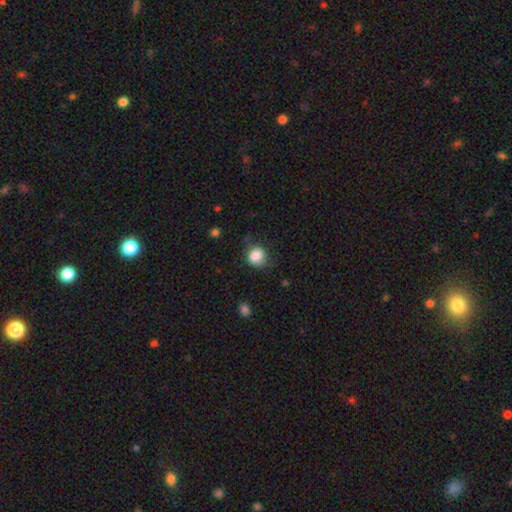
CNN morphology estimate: smooth_or_featured: smooth (p=0.85) [alt: star or artifact p=0.09]
how_rounded: round (p=0.80) [alt: in between p=0.19]
merging: none (p=0.66) [alt: minor disturbance p=0.25]